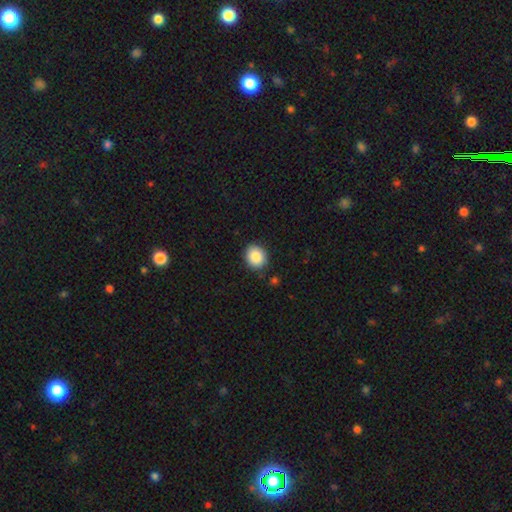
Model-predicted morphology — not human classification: smooth-or-featured: smooth: 86% | star or artifact: 8% | featured or disk: 5%
  how-rounded: round: 73% | in between: 26% | cigar-shaped: 1%
  merging: none: 87% | minor disturbance: 9% | major disturbance: 2% | merger: 2%